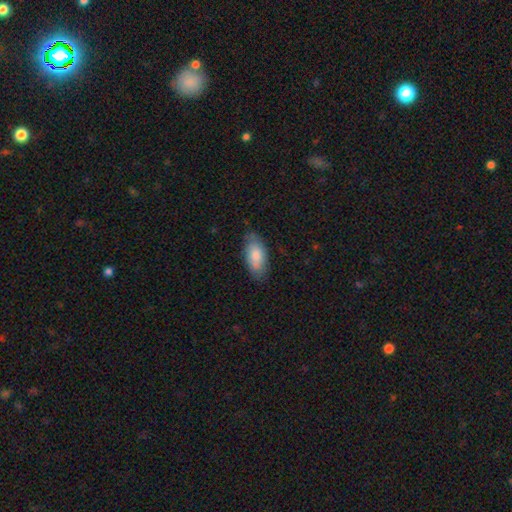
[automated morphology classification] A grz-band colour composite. It shows a smooth galaxy with no disk features (80%) that is in between round and cigar-shaped (91%). Merging: none (76%).